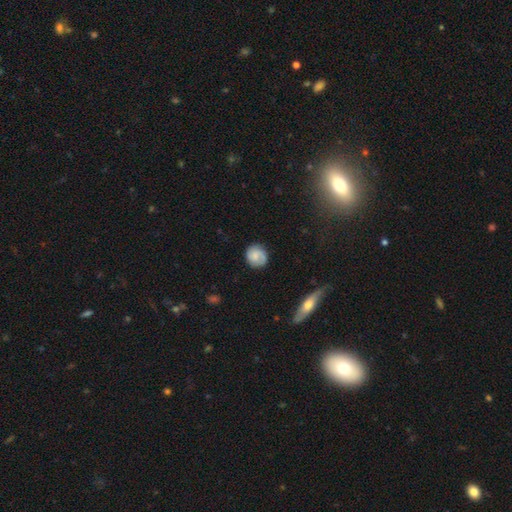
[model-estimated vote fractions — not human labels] Smooth or featured? Predicted: smooth (p=0.56). How rounded? Predicted: round (p=0.79). Merging? Predicted: none (p=0.76).